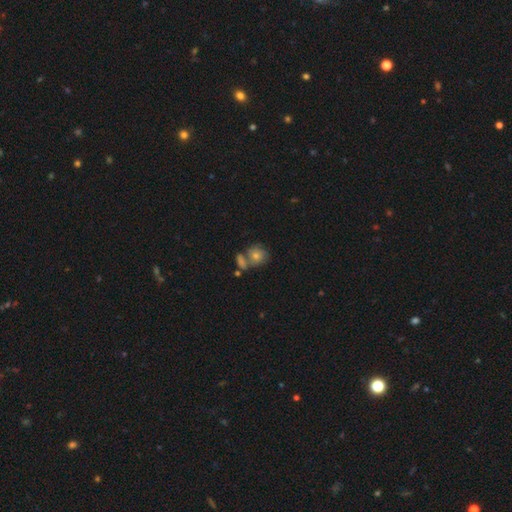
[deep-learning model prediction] This is possibly a smooth galaxy (47%). Merging: possibly none (53%).